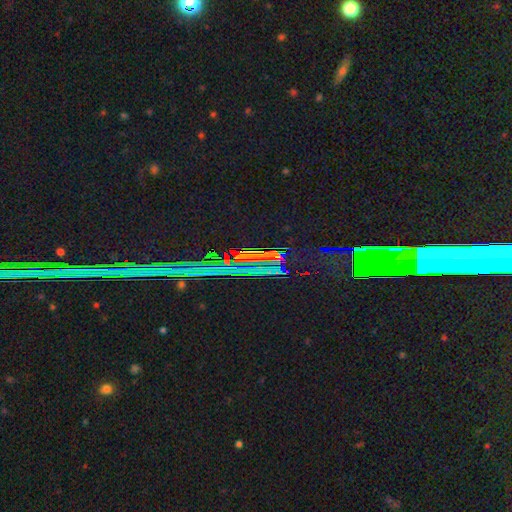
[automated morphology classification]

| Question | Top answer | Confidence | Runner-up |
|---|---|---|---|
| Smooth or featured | star or artifact | 83% | featured or disk (10%) |